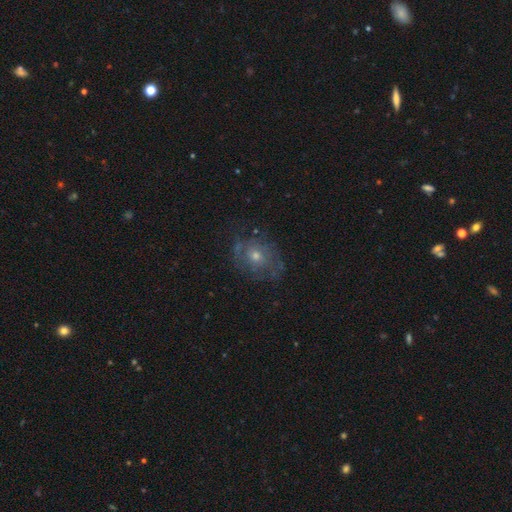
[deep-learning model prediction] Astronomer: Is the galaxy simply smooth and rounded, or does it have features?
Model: featured or disk — 55% (runner-up: smooth, 30%).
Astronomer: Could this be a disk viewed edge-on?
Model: no — 96%.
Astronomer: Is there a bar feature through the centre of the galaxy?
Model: no — 84%.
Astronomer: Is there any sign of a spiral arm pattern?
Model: yes — 59% (runner-up: no, 41%).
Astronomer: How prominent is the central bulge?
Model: moderate — 53% (runner-up: small, 40%).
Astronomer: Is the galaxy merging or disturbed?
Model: none — 66%.